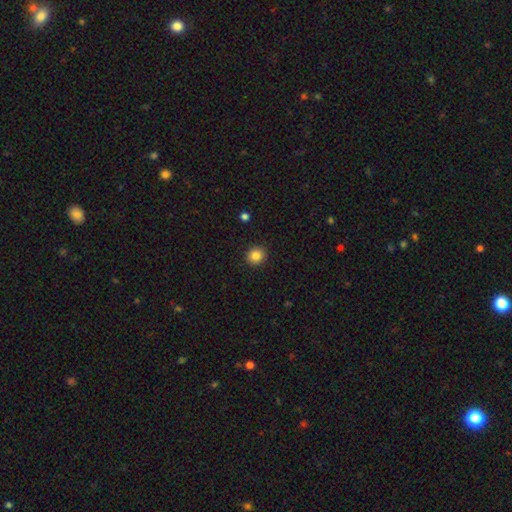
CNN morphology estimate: Smooth or featured: smooth — 85% (star or artifact — 11%)
How rounded: round — 91% (in between — 8%)
Merging: none — 92% (minor disturbance — 5%)